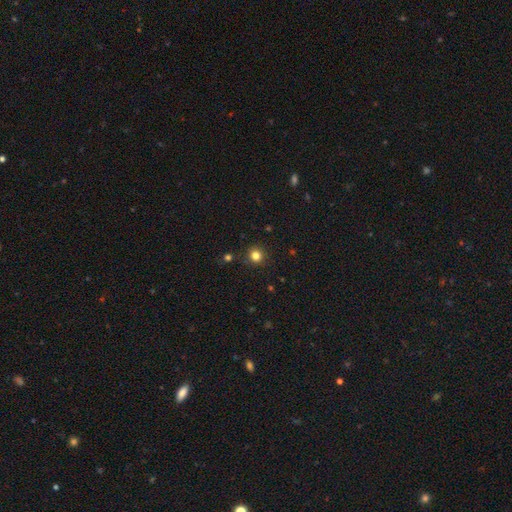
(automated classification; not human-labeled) This appears to be a smooth galaxy with no disk features (81%) that is round (92%). Merging: none (90%).